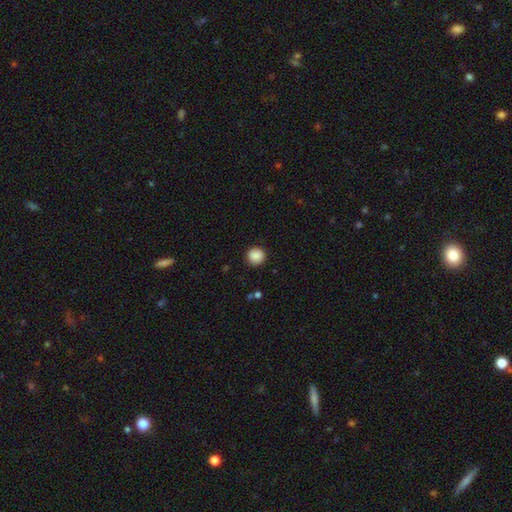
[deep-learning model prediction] A smooth galaxy with no disk features (88%) that is round (94%).

Vote fractions:
- Smooth or featured? smooth: 88% / star or artifact: 9% / featured or disk: 3%
- How rounded? round: 94% / in between: 5% / cigar-shaped: 1%
- Merging? none: 91% / minor disturbance: 6% / major disturbance: 2% / merger: 1%